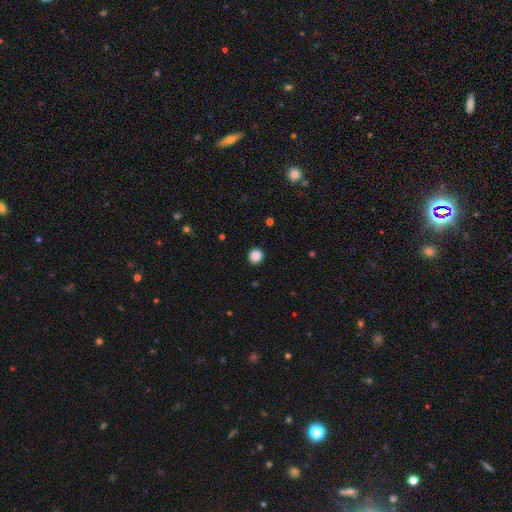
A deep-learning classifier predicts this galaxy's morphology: This appears to be a smooth galaxy with no disk features (88%) that is round (88%). Merging: none (92%).